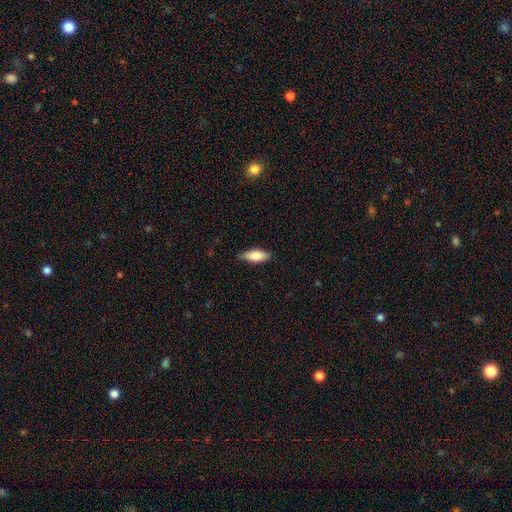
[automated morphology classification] smooth 77%, featured or disk 16%, star or artifact 6%. Down the decision tree: how rounded — in between (75%); merging — none (82%).